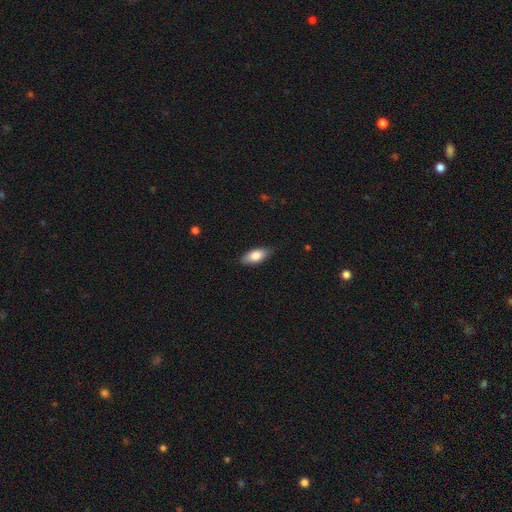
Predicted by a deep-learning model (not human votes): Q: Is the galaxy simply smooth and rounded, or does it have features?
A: smooth — 79%.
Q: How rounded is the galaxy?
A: in between — 85%.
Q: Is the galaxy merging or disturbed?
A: none — 84%.